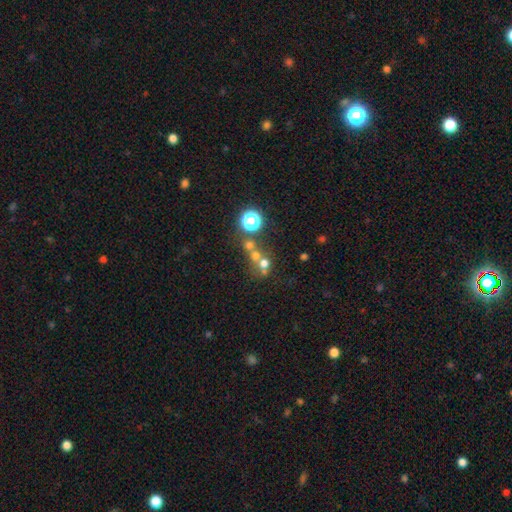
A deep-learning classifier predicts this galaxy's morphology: smooth-or-featured: smooth: 58% | star or artifact: 25% | featured or disk: 17%
  how-rounded: round: 82% | in between: 16% | cigar-shaped: 1%
  merging: merger: 44% | none: 43% | minor disturbance: 7% | major disturbance: 6%